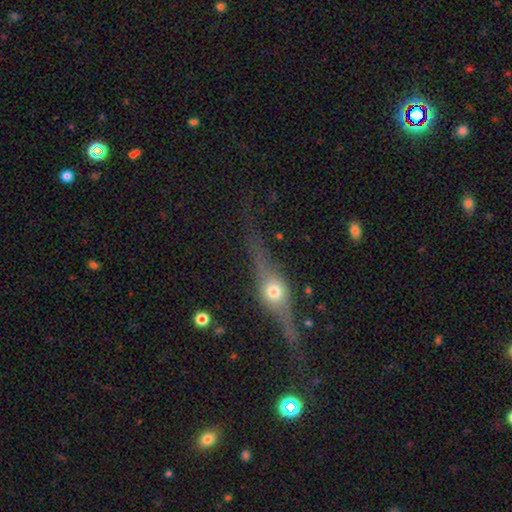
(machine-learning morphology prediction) type=featured or disk (81%); edge-on=yes (94%); edge-on bulge=rounded (95%); merging=none (82%).